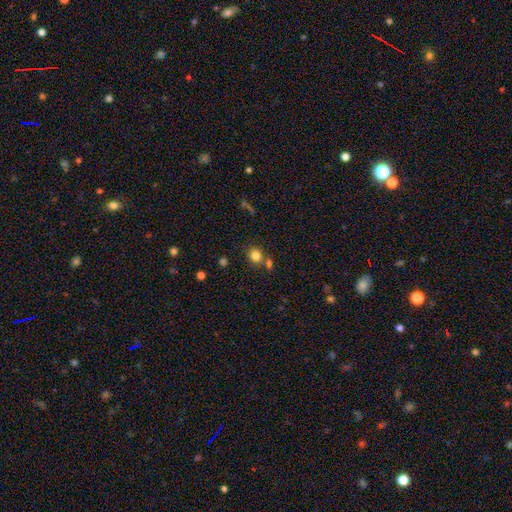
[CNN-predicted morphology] Overall: smooth (82%). How rounded: round (79%). Merging: none (69%).